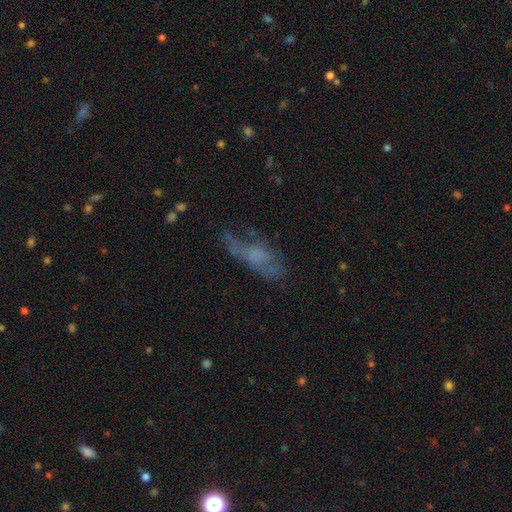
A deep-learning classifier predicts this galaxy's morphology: Smooth or featured: smooth — 45% (featured or disk — 42%)
Merging: none — 47% (minor disturbance — 27%)